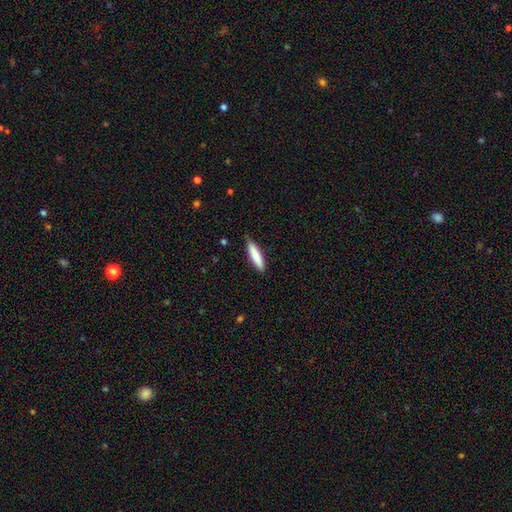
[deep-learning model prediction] A smooth galaxy with no disk features (82%) that is cigar-shaped (81%). Merging: none (85%).